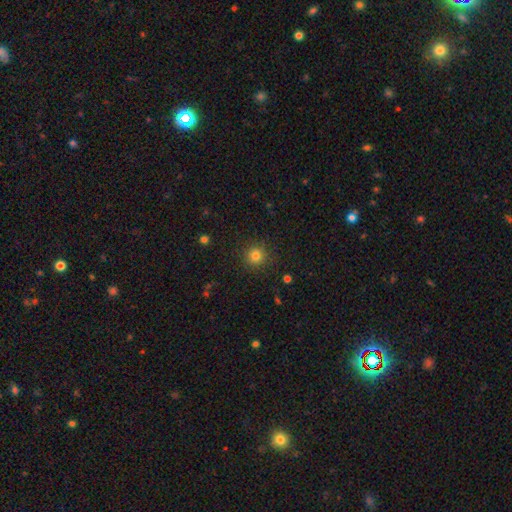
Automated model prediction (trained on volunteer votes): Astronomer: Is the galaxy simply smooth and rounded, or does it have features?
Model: smooth — 79%.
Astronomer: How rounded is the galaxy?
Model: round — 94%.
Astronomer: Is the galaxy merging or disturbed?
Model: none — 89%.